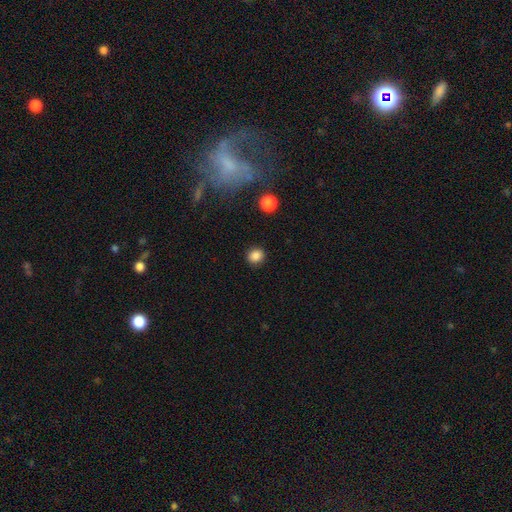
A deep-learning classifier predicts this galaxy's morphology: A smooth galaxy with no disk features (85%) that is round (84%).

Vote fractions:
- Smooth or featured? smooth: 85% / star or artifact: 11% / featured or disk: 4%
- How rounded? round: 84% / in between: 15% / cigar-shaped: 1%
- Merging? none: 90% / minor disturbance: 6% / major disturbance: 2% / merger: 1%